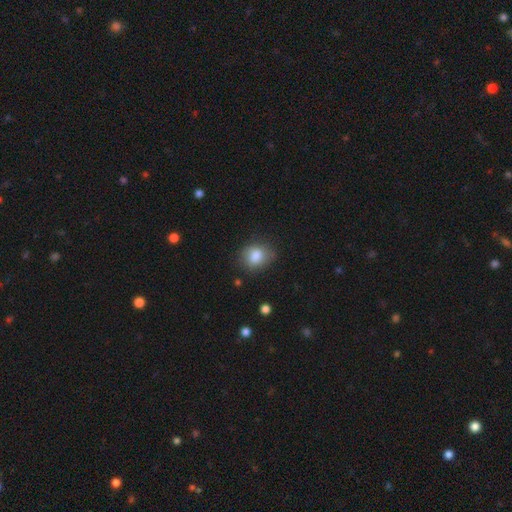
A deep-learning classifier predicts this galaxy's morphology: Smooth or featured: smooth — 84% (star or artifact — 9%)
How rounded: round — 55% (in between — 44%)
Merging: none — 74% (minor disturbance — 19%)